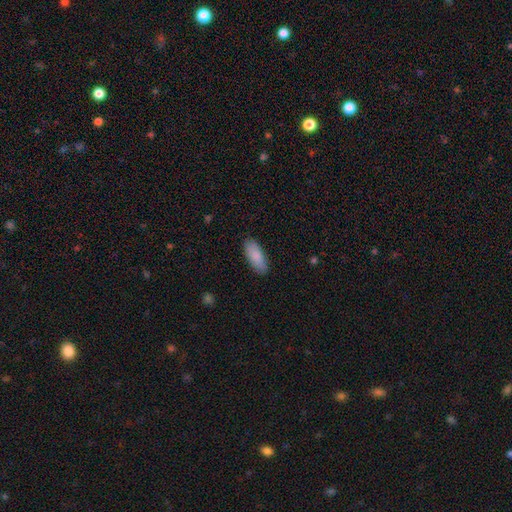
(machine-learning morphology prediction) A smooth galaxy with no disk features (88%) that is in between round and cigar-shaped (76%). Merging: none (88%).